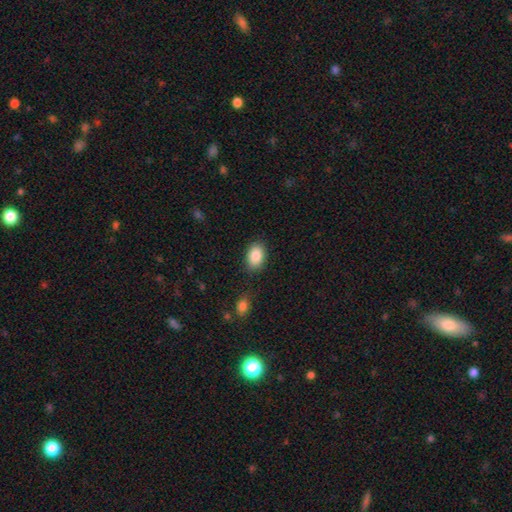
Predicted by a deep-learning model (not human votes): Smooth or featured: smooth — 87% (star or artifact — 7%)
How rounded: in between — 85% (round — 14%)
Merging: none — 84% (minor disturbance — 11%)